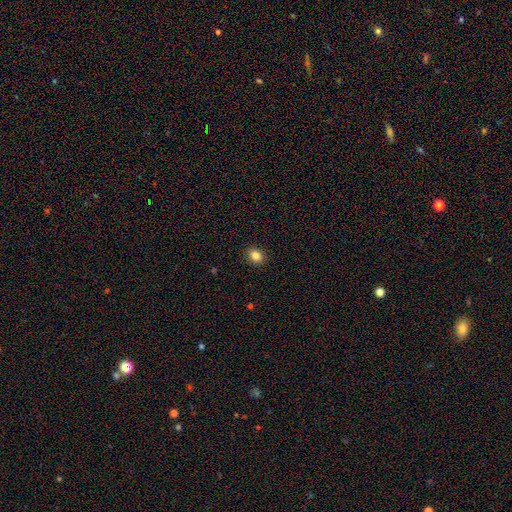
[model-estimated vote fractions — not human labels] A smooth galaxy with no disk features (84%) that is in between round and cigar-shaped (55%). Merging: none (90%).